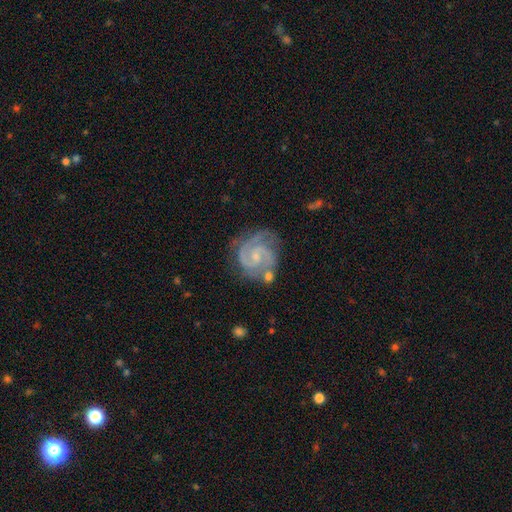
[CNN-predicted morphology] This appears to be a featured or disk galaxy (90%) with no bar (48%), 2 (73%) tight (52%) spiral arms (98%) and a small central bulge (68%). Merging: none (65%).